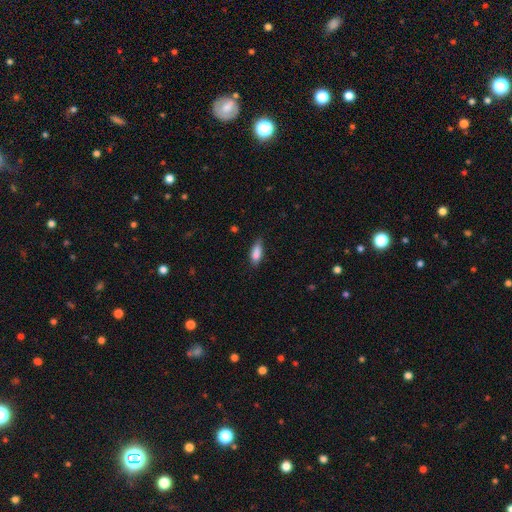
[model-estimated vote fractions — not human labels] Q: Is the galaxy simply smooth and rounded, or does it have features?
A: smooth — 83%.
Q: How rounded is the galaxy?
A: in between — 71%.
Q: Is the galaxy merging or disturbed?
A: none — 69%.